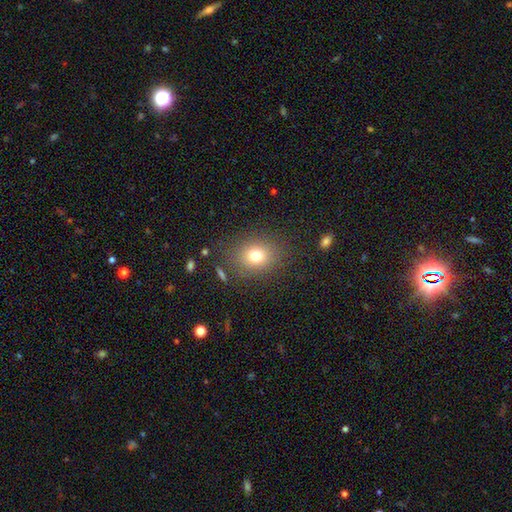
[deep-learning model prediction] Smooth or featured?
  - smooth: 76% *
  - star or artifact: 14%
  - featured or disk: 10%
How rounded?
  - round: 59% *
  - in between: 40%
  - cigar-shaped: 1%
Merging?
  - none: 83% *
  - minor disturbance: 10%
  - major disturbance: 5%
  - merger: 2%